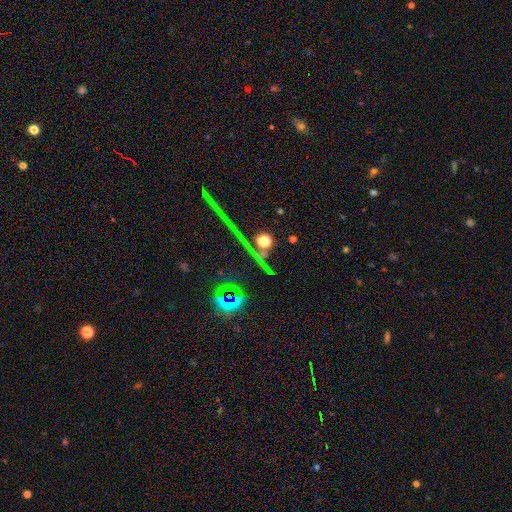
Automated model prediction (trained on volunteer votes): Q: Smooth or featured?
A: star or artifact (68%); runner-up: smooth (20%)